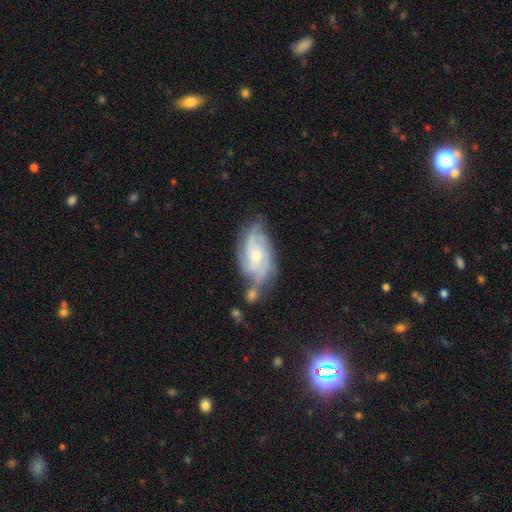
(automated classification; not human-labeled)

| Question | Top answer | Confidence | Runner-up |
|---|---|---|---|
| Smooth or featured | featured or disk | 78% | smooth (15%) |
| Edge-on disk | no | 95% | yes (5%) |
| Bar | no | 62% | weak (32%) |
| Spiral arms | yes | 95% | no (5%) |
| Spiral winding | tight | 47% | medium (39%) |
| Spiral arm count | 3 | 35% | can't tell (24%) |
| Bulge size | small | 52% | moderate (40%) |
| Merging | none | 53% | minor disturbance (24%) |